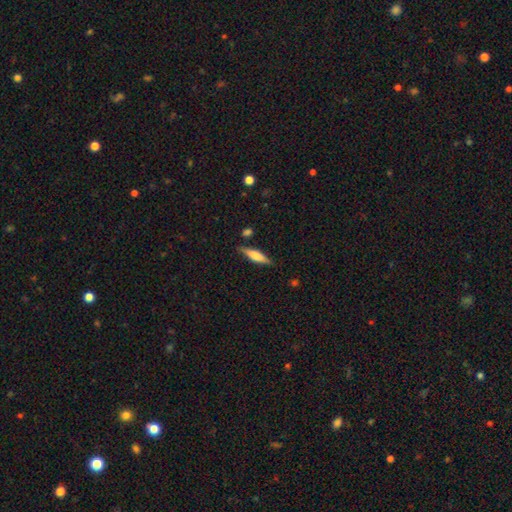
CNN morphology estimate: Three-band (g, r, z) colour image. It shows a smooth galaxy with no disk features (57%) that is cigar-shaped (73%). Merging: none (84%).